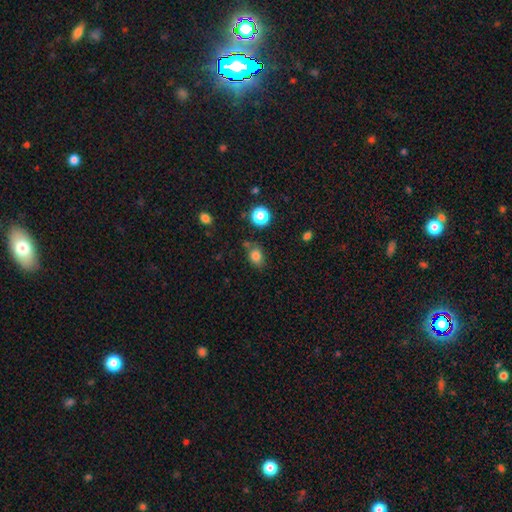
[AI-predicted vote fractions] Overall: smooth (81%). How rounded: in between (59%; round 40%). Merging: none (69%).